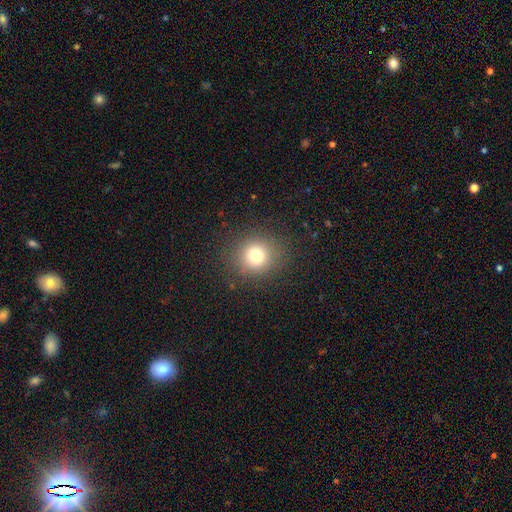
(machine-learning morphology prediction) Q: Smooth or featured?
A: smooth (76%); runner-up: star or artifact (15%)
Q: How rounded?
A: round (86%); runner-up: in between (13%)
Q: Merging?
A: none (87%); runner-up: minor disturbance (8%)